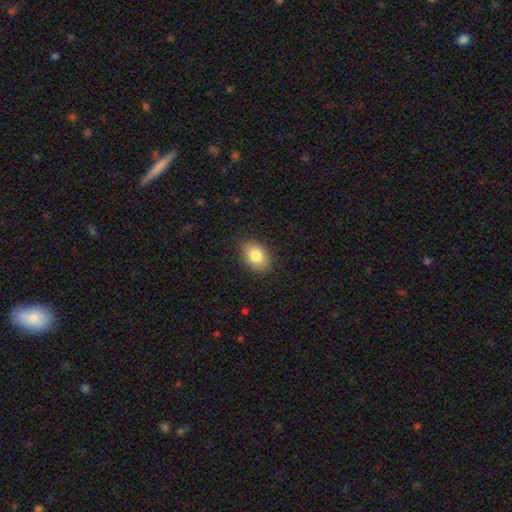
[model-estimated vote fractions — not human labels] This appears to be a smooth galaxy with no disk features (83%) that is in between round and cigar-shaped (82%). Merging: none (87%).